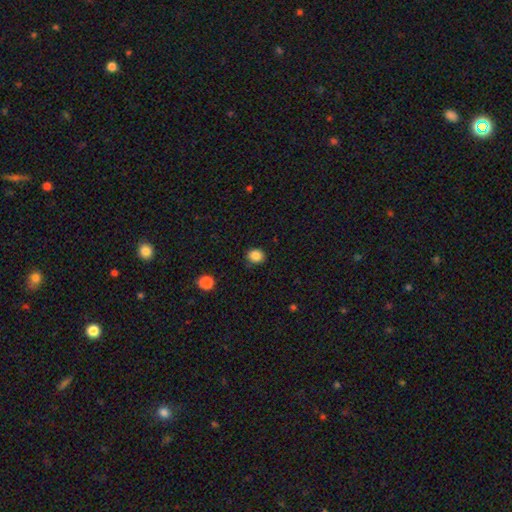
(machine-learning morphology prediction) This is clearly a smooth galaxy (85%). How rounded: likely round (71%). Merging: clearly none (87%).